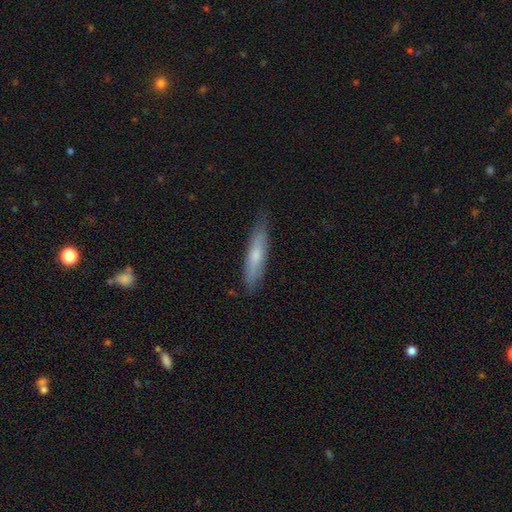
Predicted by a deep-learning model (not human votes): Morphology: type=smooth (62%); roundness=cigar-shaped (85%); merging=none (83%).